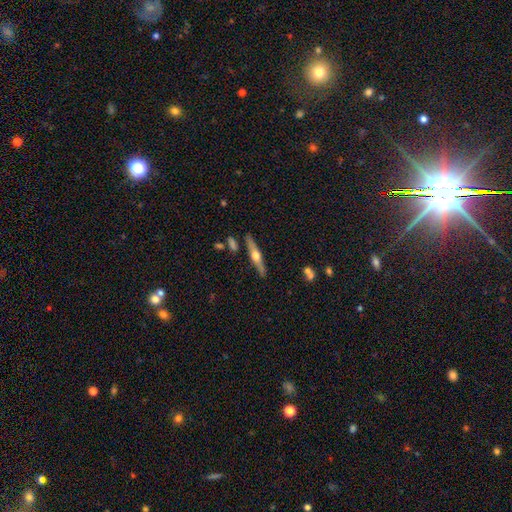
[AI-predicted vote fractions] A featured or disk galaxy (68%) viewed edge-on (96%) with a rounded central bulge (93%). Merging: none (87%).